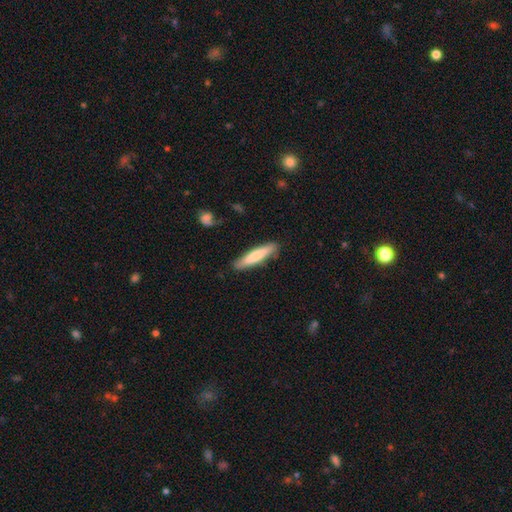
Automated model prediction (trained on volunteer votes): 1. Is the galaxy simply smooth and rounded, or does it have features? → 73% smooth, 22% featured or disk, 5% star or artifact.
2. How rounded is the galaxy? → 87% cigar-shaped, 12% in between, 1% round.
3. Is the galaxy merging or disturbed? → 86% none, 11% minor disturbance, 2% major disturbance, 2% merger.